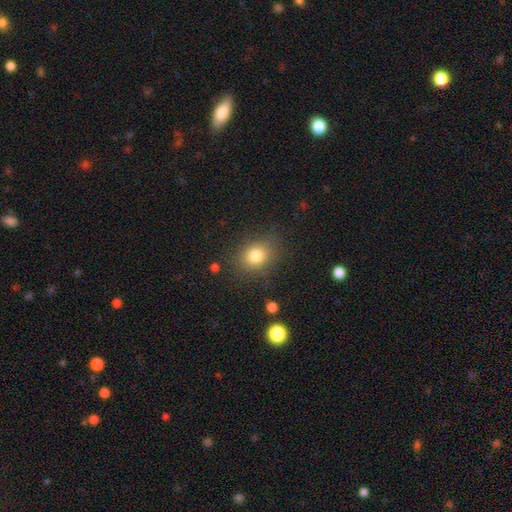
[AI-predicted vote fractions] Smooth or featured? Predicted: smooth (p=0.79). How rounded? Predicted: round (p=0.50). Merging? Predicted: none (p=0.81).